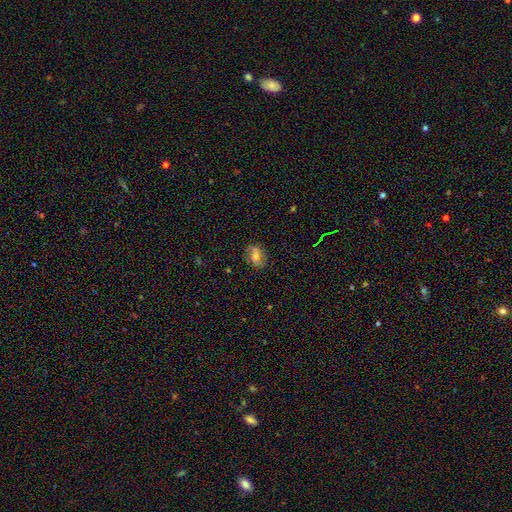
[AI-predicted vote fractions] A smooth galaxy with no disk features (54%) that is in between round and cigar-shaped (71%). Merging: none (81%).